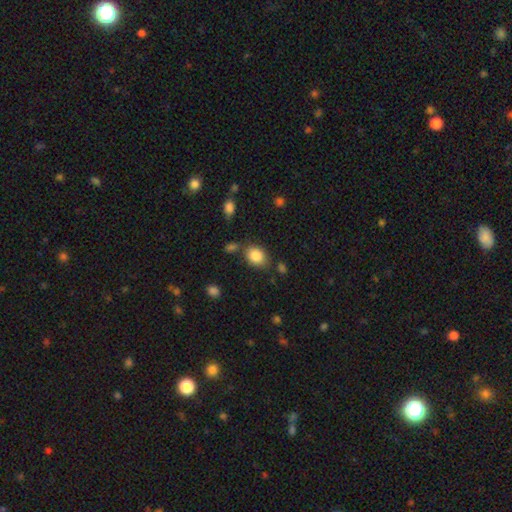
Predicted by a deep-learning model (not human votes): smooth-or-featured: smooth: 85% | star or artifact: 9% | featured or disk: 6%
  how-rounded: in between: 63% | round: 36% | cigar-shaped: 1%
  merging: none: 74% | minor disturbance: 15% | merger: 6% | major disturbance: 4%